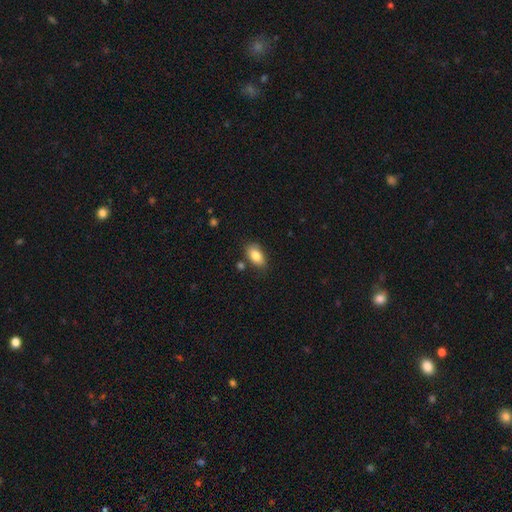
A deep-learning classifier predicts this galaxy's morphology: type=smooth (84%); roundness=in between (90%); merging=none (78%).